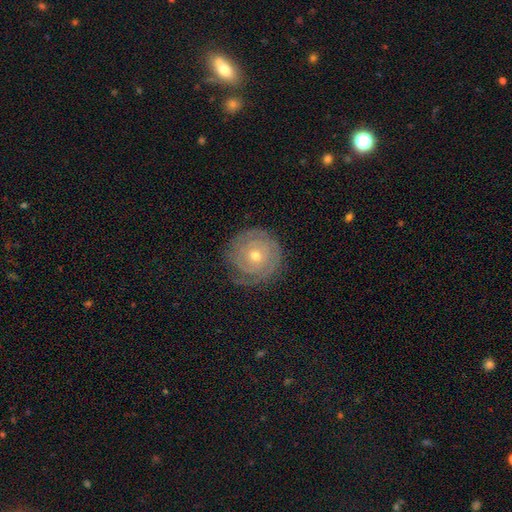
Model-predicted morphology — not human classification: Overall: featured or disk (76%). Edge-on disk: no (97%). Bar: no (81%). Spiral arms: yes (88%). Spiral arm count: can't tell (38%; 2 30%). Spiral winding: tight (85%). Bulge size: moderate (54%; small 43%). Merging: none (80%).